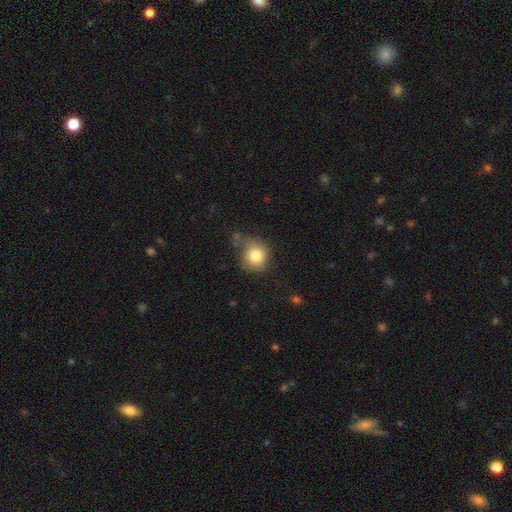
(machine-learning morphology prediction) Smooth or featured? smooth (82%)
How rounded? round (82%)
Merging? none (58%)